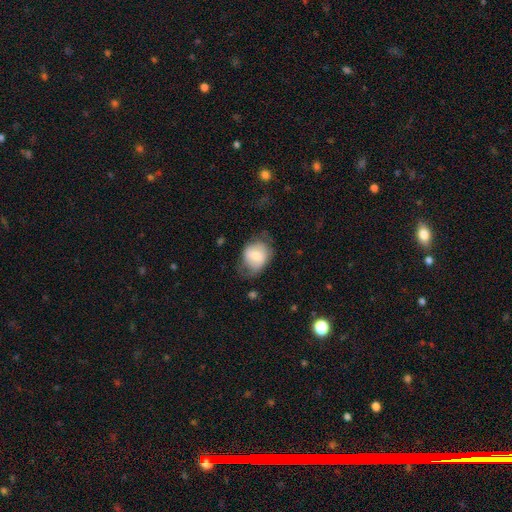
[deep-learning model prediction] This appears to be a smooth galaxy with no disk features (64%) that is round (51%). Merging: none (50%).